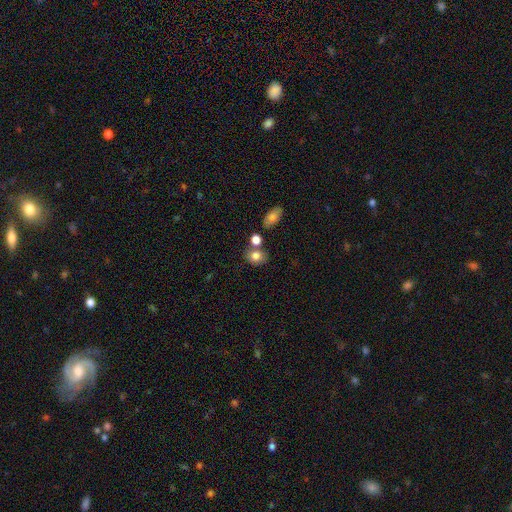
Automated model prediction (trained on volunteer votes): Smooth or featured? smooth (80%)
How rounded? round (51%)
Merging? none (62%)